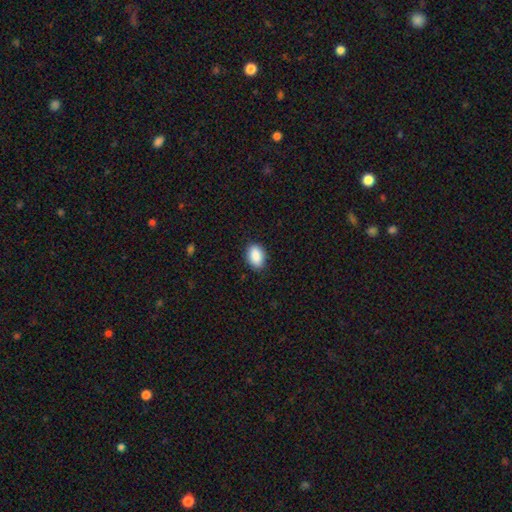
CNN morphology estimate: smooth 90%, star or artifact 7%, featured or disk 3%. Down the decision tree: how rounded — in between (87%); merging — none (87%).